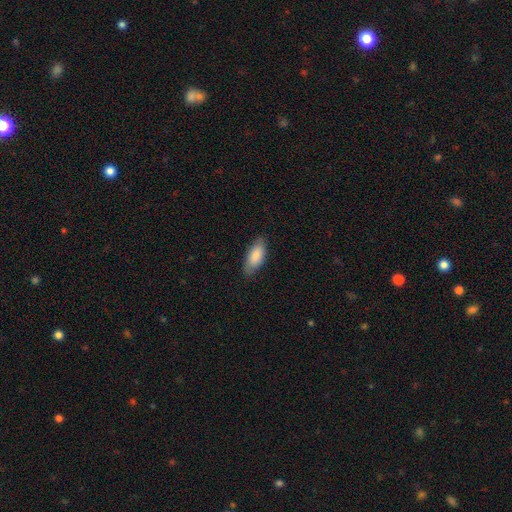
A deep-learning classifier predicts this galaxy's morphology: smooth 84%, featured or disk 10%, star or artifact 6%. Down the decision tree: how rounded — in between (85%); merging — none (80%).